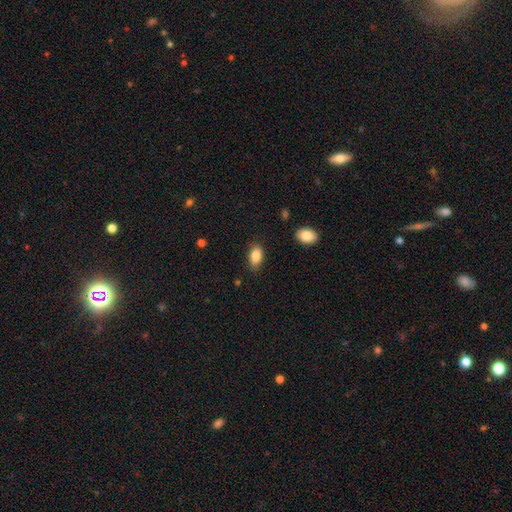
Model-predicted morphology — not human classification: Q: Smooth or featured?
A: smooth (86%); runner-up: star or artifact (8%)
Q: How rounded?
A: in between (90%); runner-up: round (7%)
Q: Merging?
A: none (80%); runner-up: minor disturbance (16%)